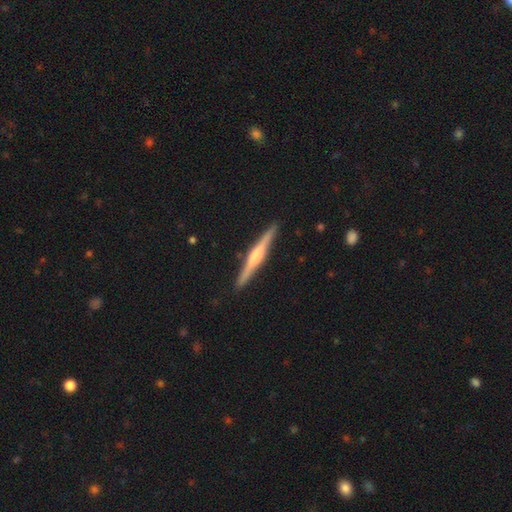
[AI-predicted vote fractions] This is likely a featured or disk galaxy (72%). It is clearly viewed edge-on (98%). Edge-on bulge: likely rounded (63%). Merging: clearly none (91%).